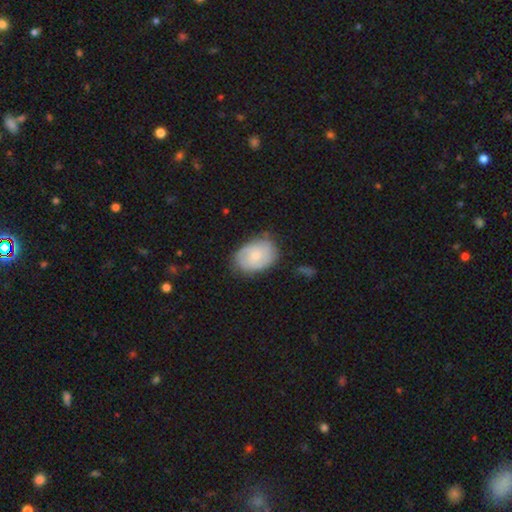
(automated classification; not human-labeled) featured or disk 47% (tied), smooth 47% (tied), star or artifact 6%. Down the decision tree: merging — none (71%).